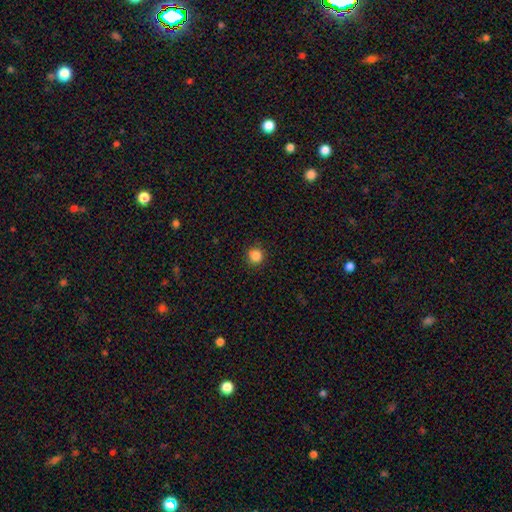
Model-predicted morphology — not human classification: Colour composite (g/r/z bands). It shows a smooth galaxy with no disk features (85%) that is round (93%). Merging: none (89%).